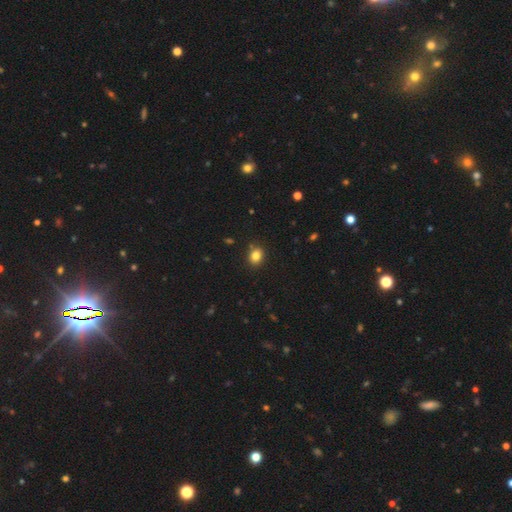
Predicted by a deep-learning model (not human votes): This appears to be a smooth galaxy with no disk features (83%) that is round (56%). Merging: none (85%).